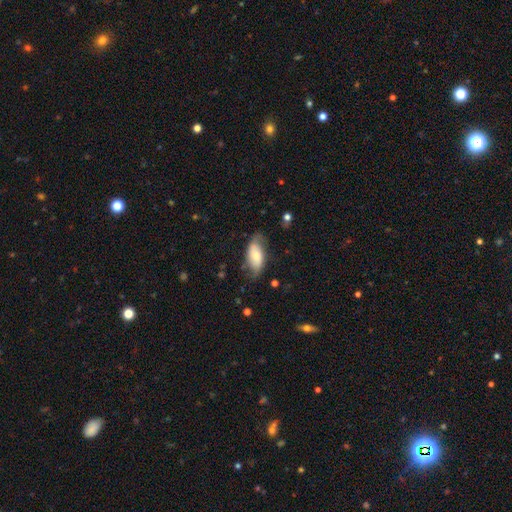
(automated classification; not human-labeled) smooth 60%, featured or disk 33%, star or artifact 7%. Down the decision tree: how rounded — in between (91%); merging — none (62%).